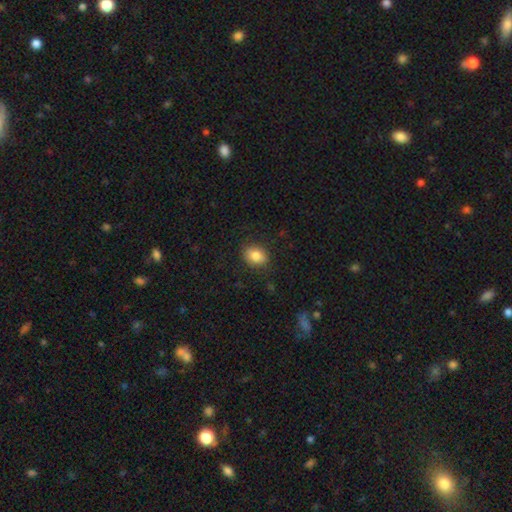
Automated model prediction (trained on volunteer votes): smooth_or_featured: smooth (p=0.85) [alt: star or artifact p=0.09]
how_rounded: in between (p=0.61) [alt: round p=0.38]
merging: none (p=0.85) [alt: minor disturbance p=0.11]